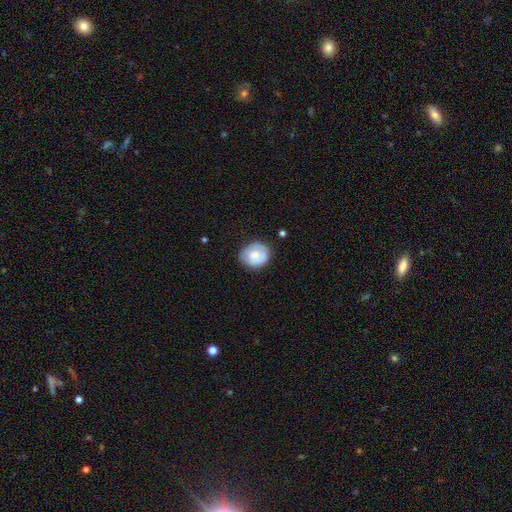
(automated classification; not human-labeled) Smooth or featured?
  - smooth: 60% *
  - featured or disk: 34%
  - star or artifact: 7%
How rounded?
  - round: 71% *
  - in between: 29%
  - cigar-shaped: 1%
Merging?
  - none: 69% *
  - minor disturbance: 23%
  - major disturbance: 6%
  - merger: 2%